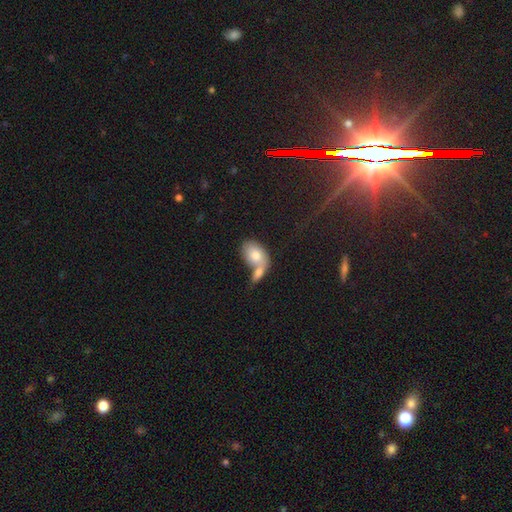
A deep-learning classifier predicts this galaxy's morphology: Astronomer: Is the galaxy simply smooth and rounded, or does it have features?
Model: smooth — 75%.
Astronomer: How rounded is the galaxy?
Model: in between — 85%.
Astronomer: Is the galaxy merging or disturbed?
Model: merger — 60%.